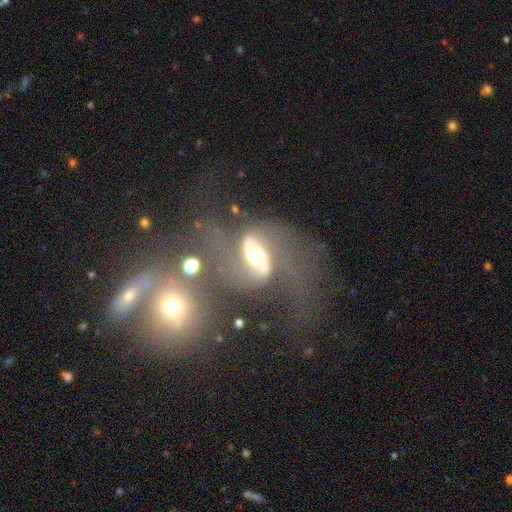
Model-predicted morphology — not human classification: smooth-or-featured: featured or disk: 83% | smooth: 9% | star or artifact: 8%
  disk-edge-on: no: 95% | yes: 5%
    bar: strong: 40% | weak: 32% | no: 28%
    has-spiral-arms: yes: 91% | no: 9%
      spiral-winding: loose: 66% | medium: 28% | tight: 6%
      spiral-arm-count: 2: 91% | 1: 3% | can't tell: 3% | 3: 1% | 4: 1% | more than 4: 1%
    bulge-size: moderate: 61% | large: 21% | small: 12% | dominant: 4% | none: 2%
  merging: none: 45% | major disturbance: 26% | minor disturbance: 15% | merger: 14%